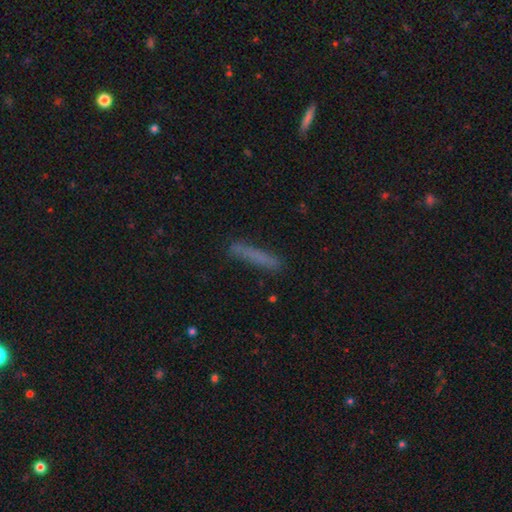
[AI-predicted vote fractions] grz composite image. It shows a smooth galaxy with no disk features (70%) that is cigar-shaped (94%). Merging: none (84%).